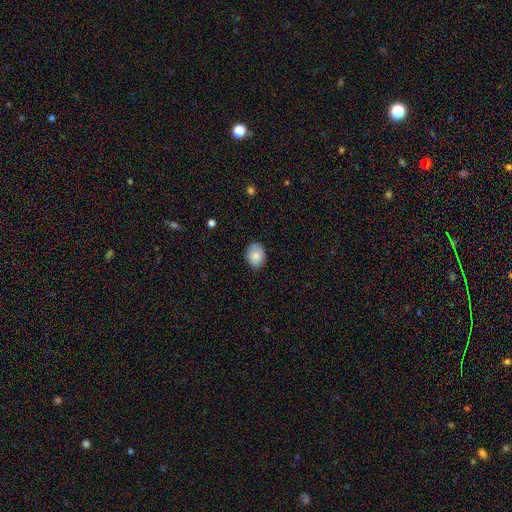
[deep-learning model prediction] smooth 85%, star or artifact 7%, featured or disk 7%. Down the decision tree: how rounded — in between (63%); merging — none (83%).